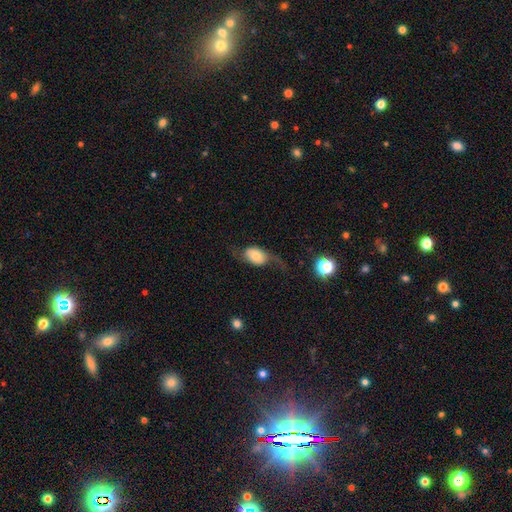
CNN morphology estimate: This appears to be a smooth galaxy with no disk features (49%). Merging: none (42%).